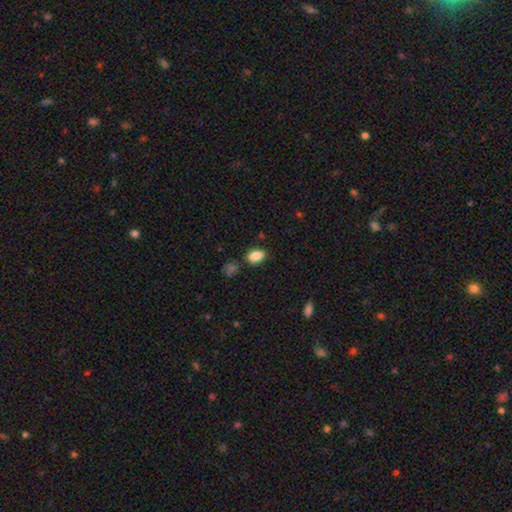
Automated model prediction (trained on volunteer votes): Smooth or featured? Predicted: smooth (p=0.87). How rounded? Predicted: in between (p=0.86). Merging? Predicted: none (p=0.79).